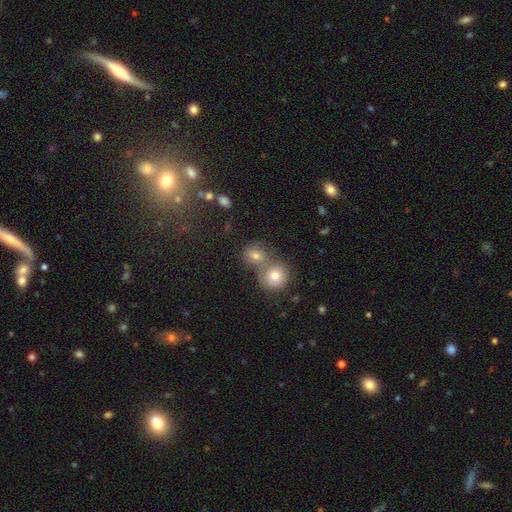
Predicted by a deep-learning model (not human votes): The model was most divided on "merging": merger: 49%, none: 39%, minor disturbance: 9%, major disturbance: 4%. More confident: smooth or featured — smooth (71%); how rounded — round (68%).